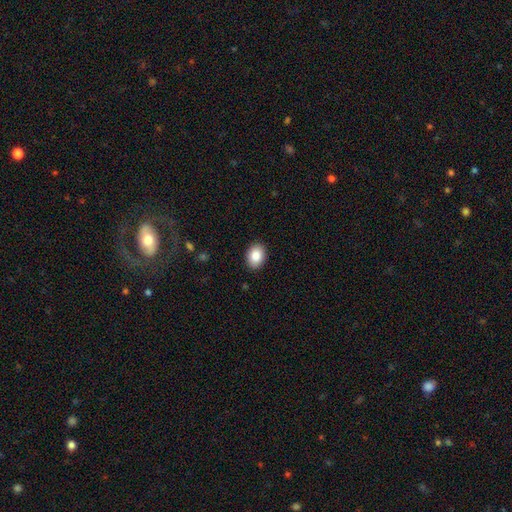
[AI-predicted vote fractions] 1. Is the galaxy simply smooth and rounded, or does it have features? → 86% smooth, 7% star or artifact, 6% featured or disk.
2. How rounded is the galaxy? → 77% in between, 22% round, 1% cigar-shaped.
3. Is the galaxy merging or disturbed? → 90% none, 8% minor disturbance, 2% major disturbance, 1% merger.